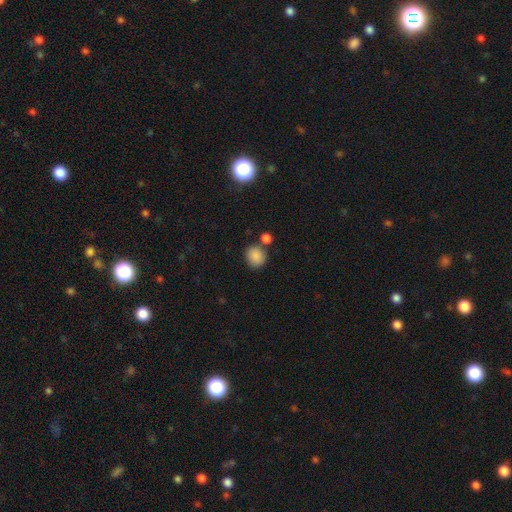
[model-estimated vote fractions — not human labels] Q: Smooth or featured?
A: smooth (86%); runner-up: star or artifact (9%)
Q: How rounded?
A: round (76%); runner-up: in between (23%)
Q: Merging?
A: none (68%); runner-up: merger (16%)